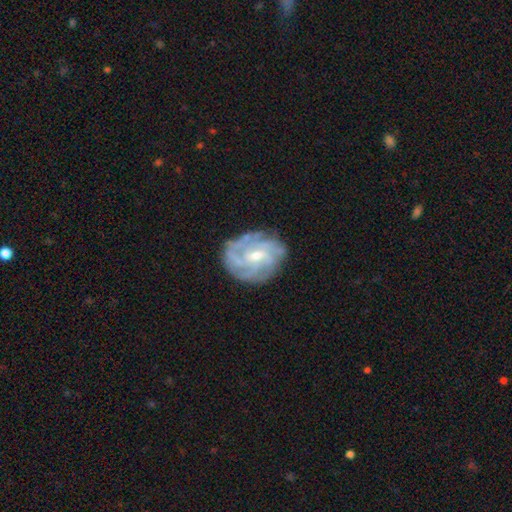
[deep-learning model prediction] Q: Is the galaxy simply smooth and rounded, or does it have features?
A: featured or disk — 82%.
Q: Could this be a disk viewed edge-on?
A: no — 97%.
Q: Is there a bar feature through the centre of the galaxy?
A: weak — 53%.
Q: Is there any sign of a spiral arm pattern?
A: yes — 93%.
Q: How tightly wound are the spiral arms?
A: tight — 58%.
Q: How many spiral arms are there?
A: can't tell — 36%.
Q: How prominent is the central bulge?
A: small — 52%.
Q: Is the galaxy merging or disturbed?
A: none — 77%.